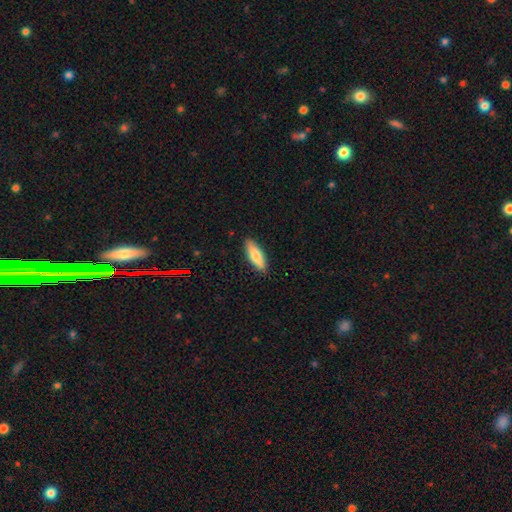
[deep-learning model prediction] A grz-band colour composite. It shows a smooth galaxy with no disk features (78%) that is in between round and cigar-shaped (58%). Merging: none (87%).